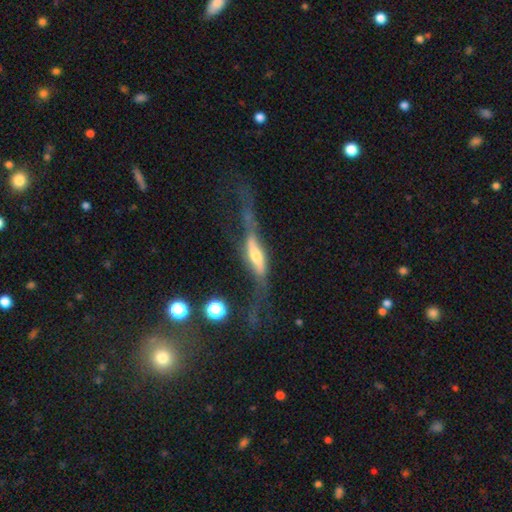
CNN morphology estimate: Smooth or featured? Predicted: featured or disk (p=0.72). Edge-on disk? Predicted: yes (p=0.70). Edge-on bulge? Predicted: rounded (p=0.70). Merging? Predicted: major disturbance (p=0.39).